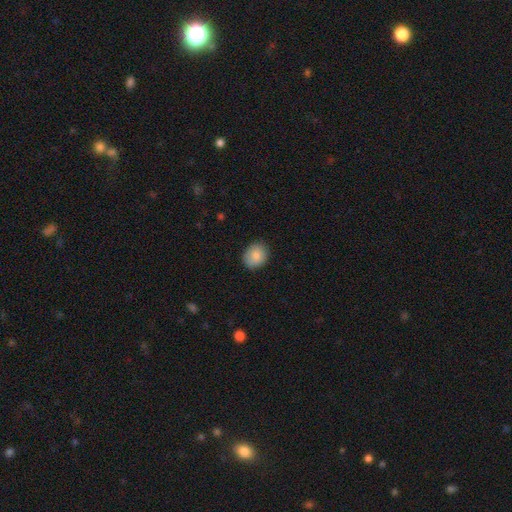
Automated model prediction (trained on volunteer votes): smooth_or_featured: smooth (p=0.86) [alt: star or artifact p=0.08]
how_rounded: round (p=0.59) [alt: in between p=0.40]
merging: none (p=0.87) [alt: minor disturbance p=0.10]